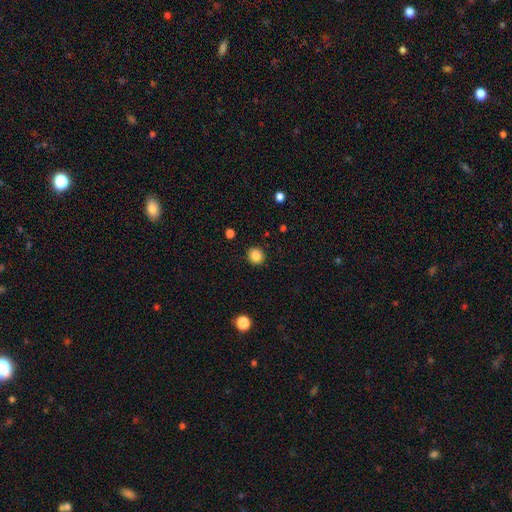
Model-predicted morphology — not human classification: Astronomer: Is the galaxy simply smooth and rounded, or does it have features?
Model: smooth — 85%.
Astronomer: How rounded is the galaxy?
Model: round — 88%.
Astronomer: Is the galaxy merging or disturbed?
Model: none — 91%.